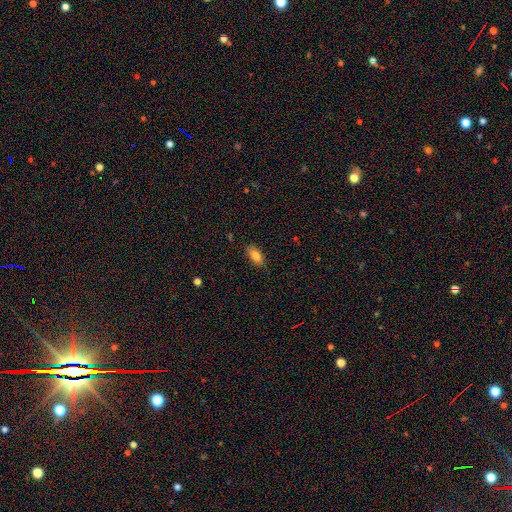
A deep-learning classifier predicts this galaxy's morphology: Smooth or featured? smooth (83%)
How rounded? in between (89%)
Merging? none (84%)